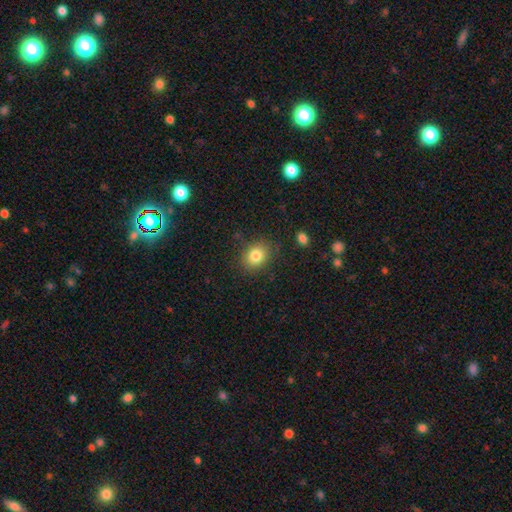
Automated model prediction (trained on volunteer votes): A smooth galaxy with no disk features (82%) that is round (54%).

Vote fractions:
- Smooth or featured? smooth: 82% / star or artifact: 11% / featured or disk: 8%
- How rounded? round: 54% / in between: 45% / cigar-shaped: 1%
- Merging? none: 85% / minor disturbance: 11% / major disturbance: 3% / merger: 1%